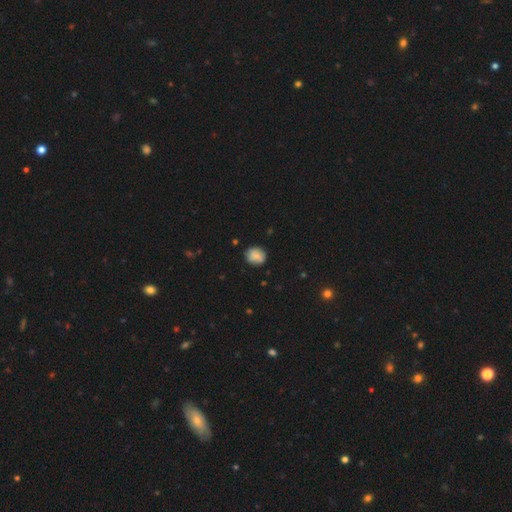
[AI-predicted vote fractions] Smooth or featured? smooth (80%)
How rounded? round (71%)
Merging? none (76%)